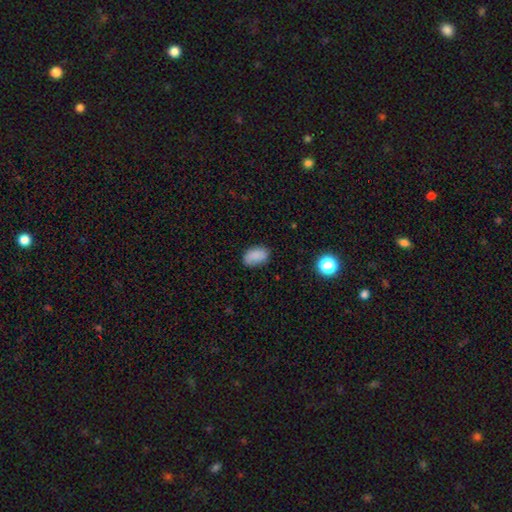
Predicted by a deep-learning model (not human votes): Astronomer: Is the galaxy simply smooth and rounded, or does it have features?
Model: smooth — 85%.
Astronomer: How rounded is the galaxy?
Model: in between — 90%.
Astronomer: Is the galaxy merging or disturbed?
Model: none — 78%.